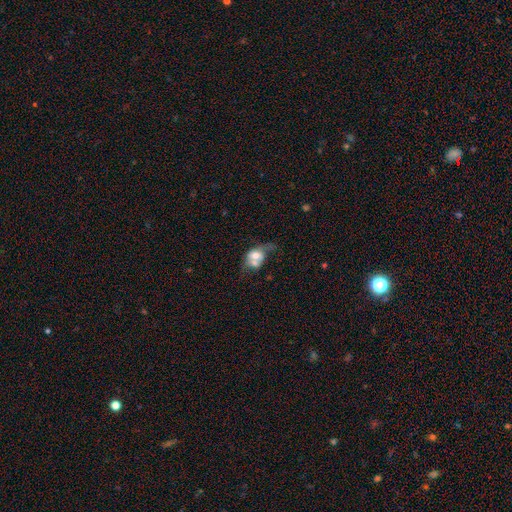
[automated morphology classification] Q: Smooth or featured?
A: smooth (53%); runner-up: featured or disk (38%)
Q: How rounded?
A: in between (58%); runner-up: round (40%)
Q: Merging?
A: merger (54%); runner-up: none (17%)